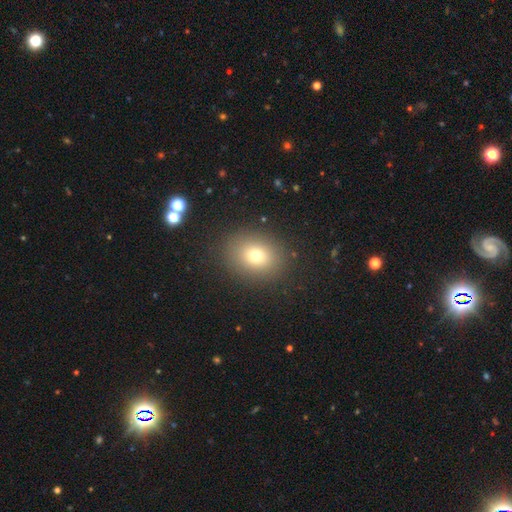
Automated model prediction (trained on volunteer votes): Smooth or featured? Predicted: smooth (p=0.74). How rounded? Predicted: round (p=0.58). Merging? Predicted: none (p=0.87).